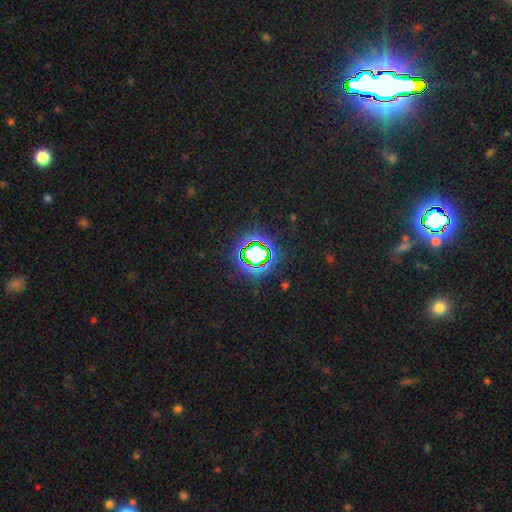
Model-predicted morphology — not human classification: This is likely a star or artifact rather than a galaxy (71%).